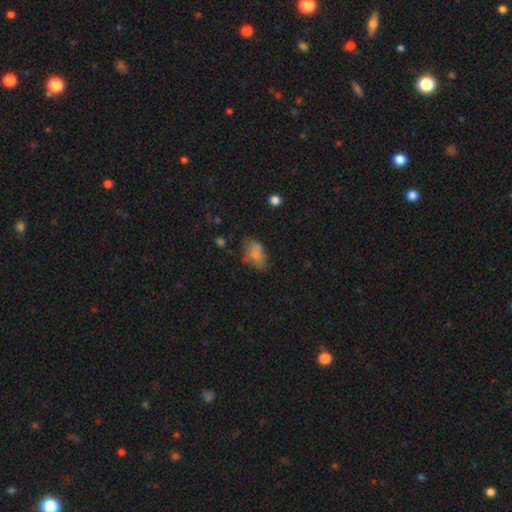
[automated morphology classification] Smooth or featured? Predicted: smooth (p=0.70). How rounded? Predicted: in between (p=0.88). Merging? Predicted: none (p=0.56).